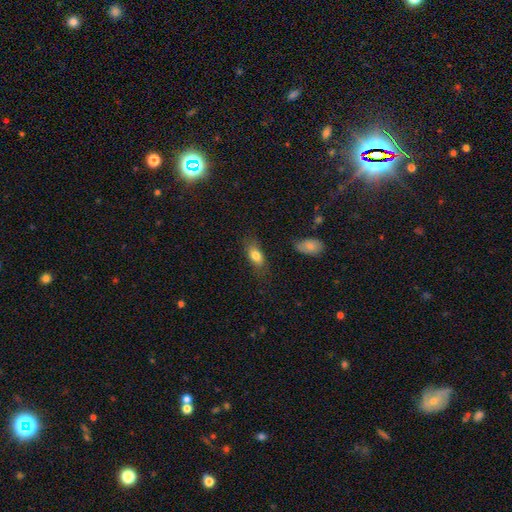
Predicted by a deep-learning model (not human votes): A smooth galaxy with no disk features (79%) that is in between round and cigar-shaped (83%). Merging: none (75%).